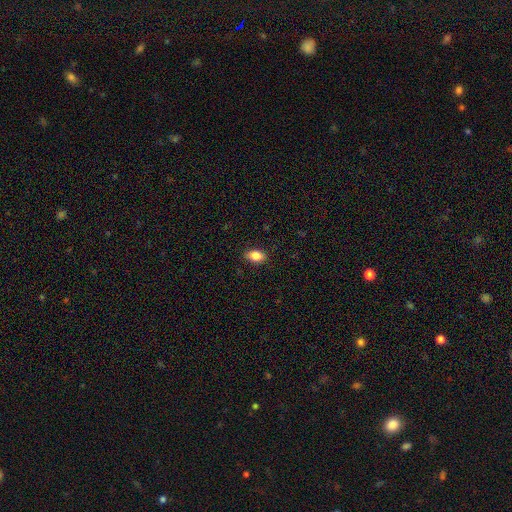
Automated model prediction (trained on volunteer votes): smooth 84%, star or artifact 8%, featured or disk 8%. Down the decision tree: how rounded — in between (88%); merging — none (87%).